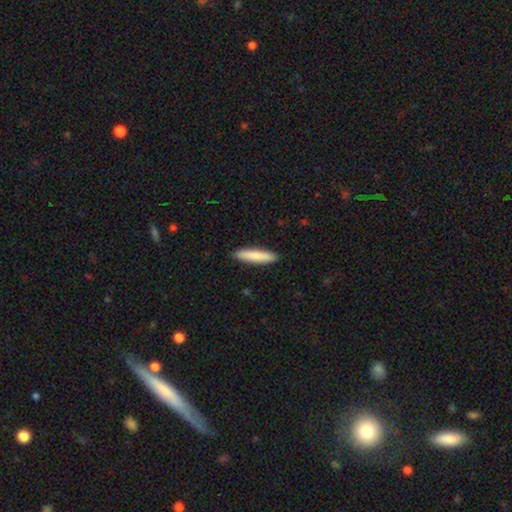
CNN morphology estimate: Q: Smooth or featured?
A: smooth (84%); runner-up: featured or disk (11%)
Q: How rounded?
A: cigar-shaped (87%); runner-up: in between (12%)
Q: Merging?
A: none (91%); runner-up: minor disturbance (6%)